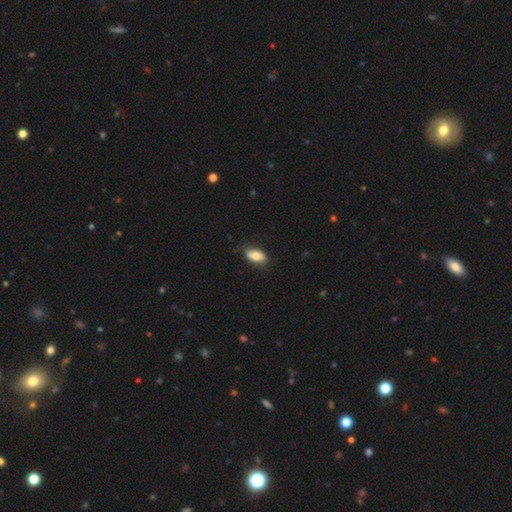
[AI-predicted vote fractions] Smooth or featured? Predicted: smooth (p=0.81). How rounded? Predicted: in between (p=0.92). Merging? Predicted: none (p=0.75).